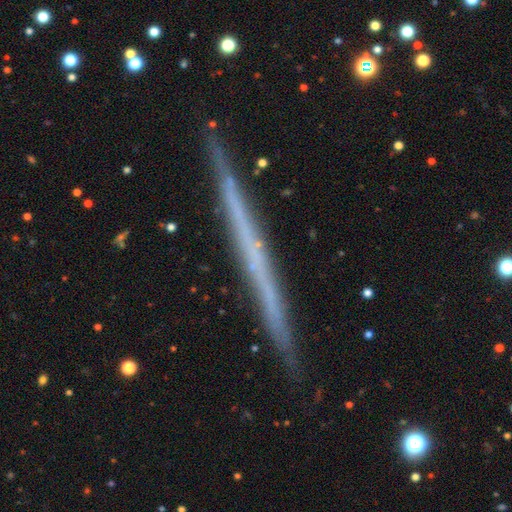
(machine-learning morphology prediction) This is likely a featured or disk galaxy (62%). It is clearly viewed edge-on (97%). Edge-on bulge: clearly none (87%). Merging: clearly none (86%).